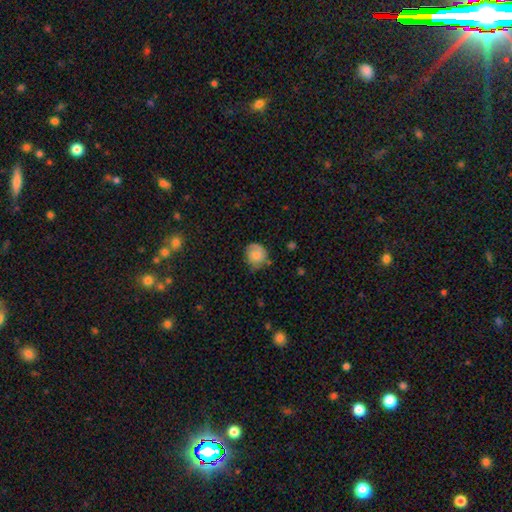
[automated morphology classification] smooth-or-featured: smooth: 69% | featured or disk: 22% | star or artifact: 9%
  how-rounded: round: 77% | in between: 22% | cigar-shaped: 1%
  merging: none: 62% | minor disturbance: 29% | major disturbance: 8% | merger: 2%